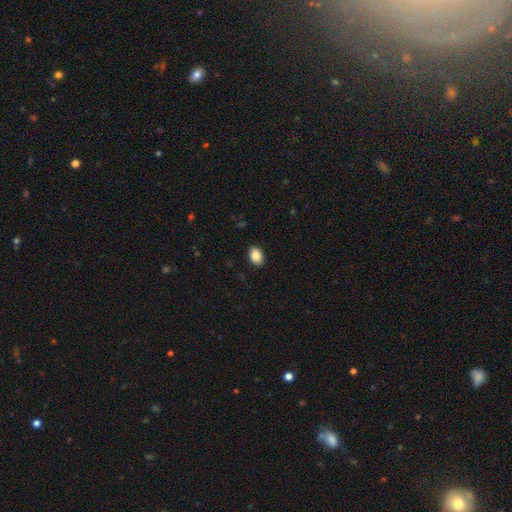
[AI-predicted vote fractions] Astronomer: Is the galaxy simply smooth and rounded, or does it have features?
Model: smooth — 88%.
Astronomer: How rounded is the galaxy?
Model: in between — 82%.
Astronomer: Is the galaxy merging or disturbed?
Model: none — 90%.